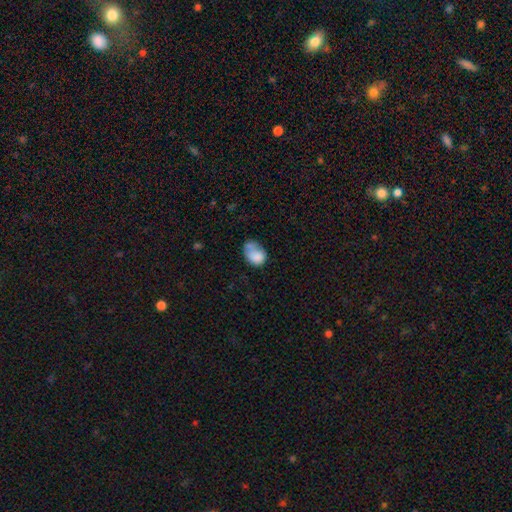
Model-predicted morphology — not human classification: type=smooth (77%); roundness=in between (66%); merging=none (30%).